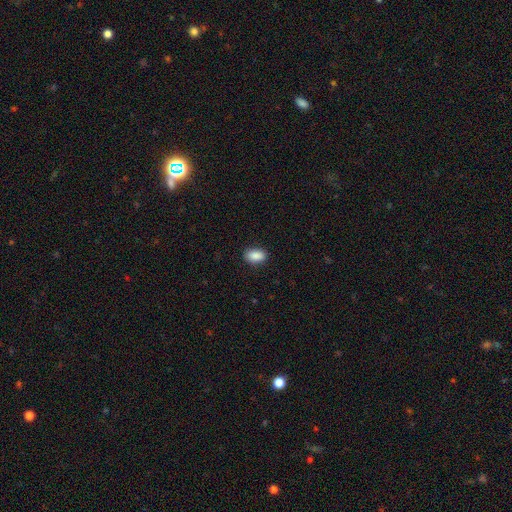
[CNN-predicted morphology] Smooth or featured: smooth — 89% (star or artifact — 8%)
How rounded: in between — 89% (round — 8%)
Merging: none — 87% (minor disturbance — 9%)